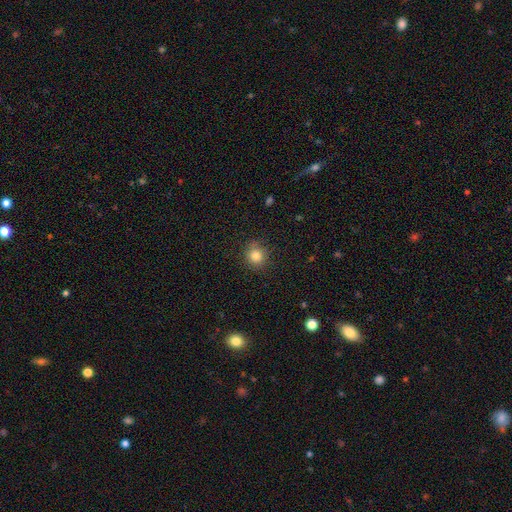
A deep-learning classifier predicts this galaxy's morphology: Overall: smooth (83%). How rounded: round (87%). Merging: none (82%).